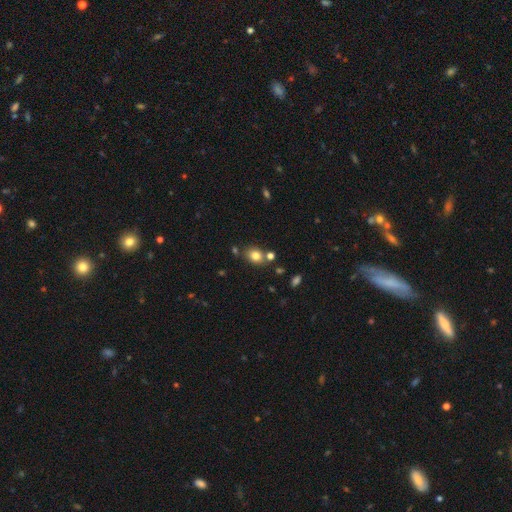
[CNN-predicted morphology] smooth-or-featured: smooth: 80% | star or artifact: 12% | featured or disk: 8%
  how-rounded: round: 51% | in between: 48% | cigar-shaped: 1%
  merging: none: 72% | merger: 13% | minor disturbance: 12% | major disturbance: 4%